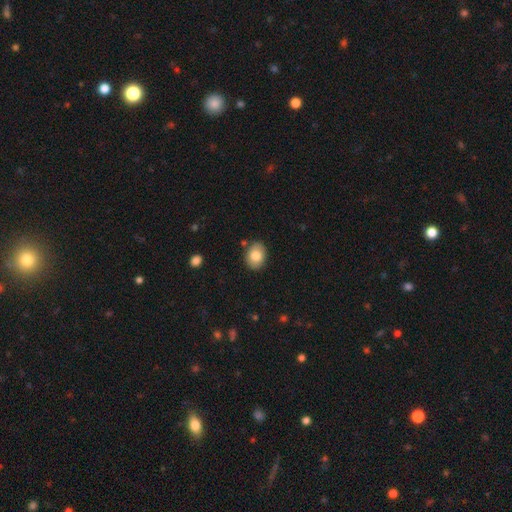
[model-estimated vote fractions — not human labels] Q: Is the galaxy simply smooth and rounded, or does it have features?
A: smooth — 81%.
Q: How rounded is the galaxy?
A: in between — 68%.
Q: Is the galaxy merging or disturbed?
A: none — 84%.